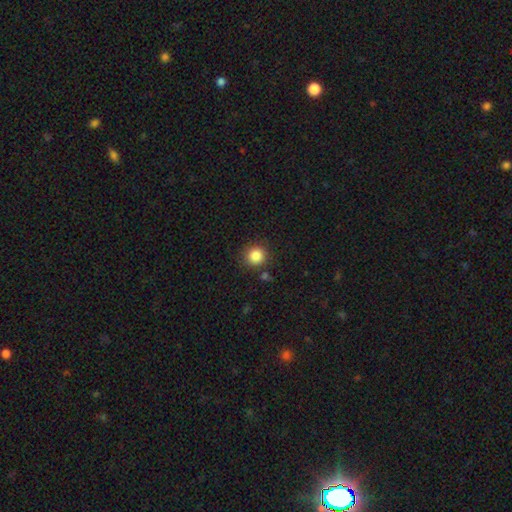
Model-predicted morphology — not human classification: Smooth or featured: smooth — 86% (star or artifact — 11%)
How rounded: round — 91% (in between — 8%)
Merging: none — 85% (minor disturbance — 8%)